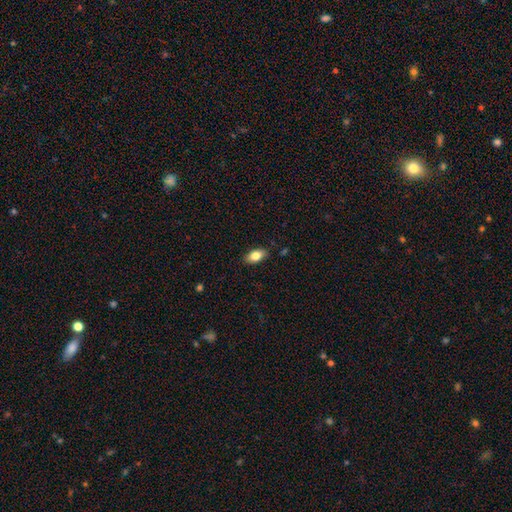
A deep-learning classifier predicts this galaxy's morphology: Smooth or featured: smooth — 80% (featured or disk — 13%)
How rounded: in between — 91% (cigar-shaped — 5%)
Merging: none — 86% (minor disturbance — 10%)